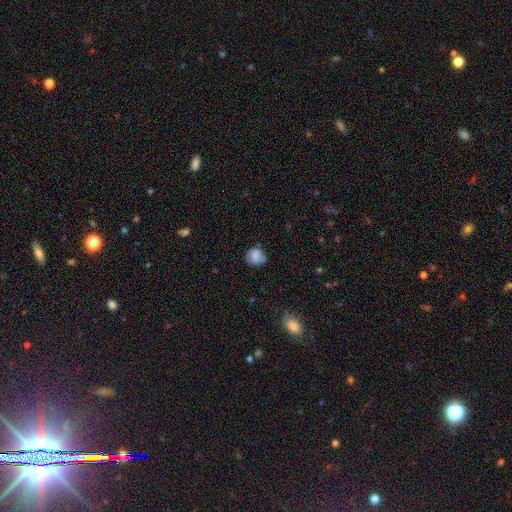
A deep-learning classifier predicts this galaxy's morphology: A smooth galaxy with no disk features (75%) that is round (78%). Merging: none (67%).